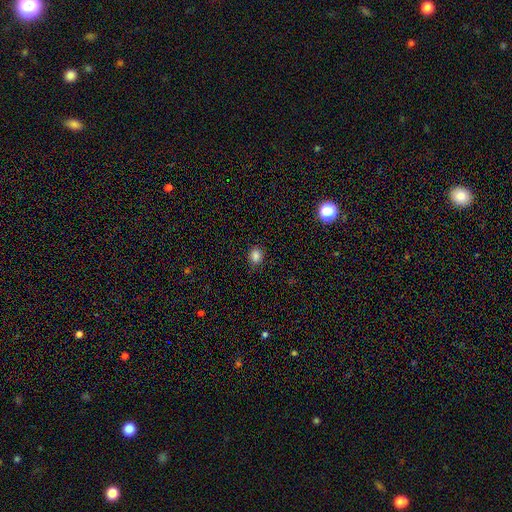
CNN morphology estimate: A smooth galaxy with no disk features (84%) that is round (67%). Merging: none (85%).